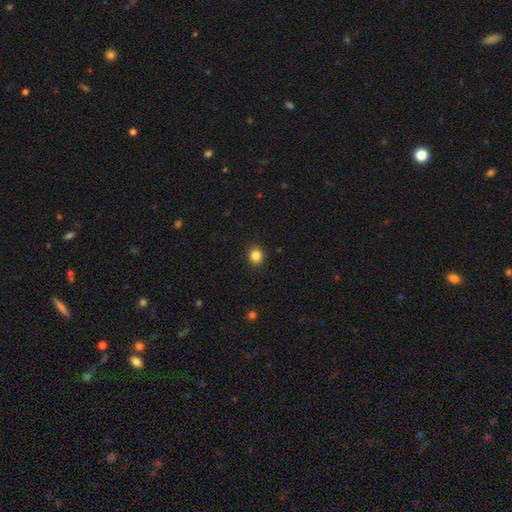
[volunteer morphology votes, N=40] Smooth or featured? 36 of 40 (90%) said smooth. How rounded? 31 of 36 (86%) said round. Merging? 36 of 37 (97%) said none.